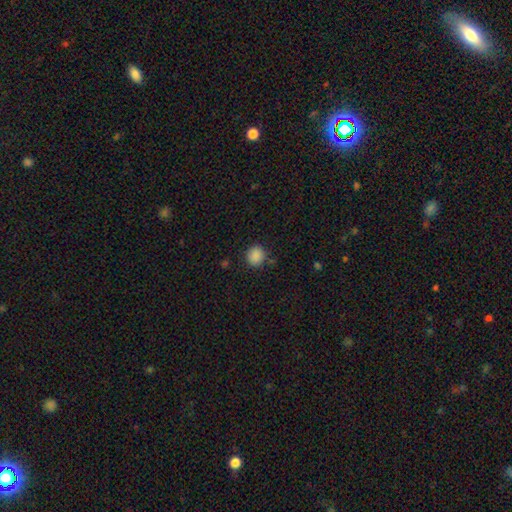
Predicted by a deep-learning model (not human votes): Morphology: type=smooth (88%); roundness=round (84%); merging=none (83%).